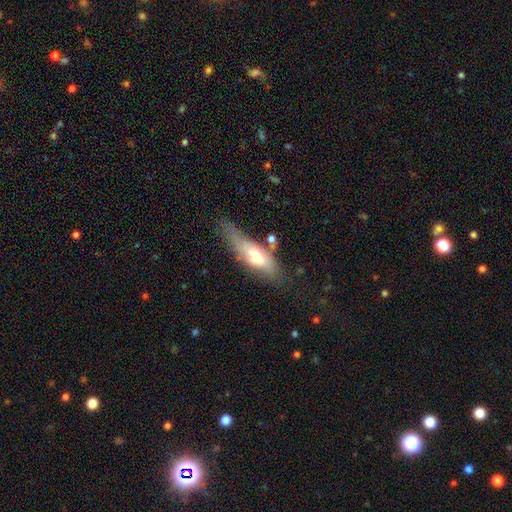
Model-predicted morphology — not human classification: A smooth galaxy with no disk features (50%) that is in between round and cigar-shaped (50%). Merging: none (46%).